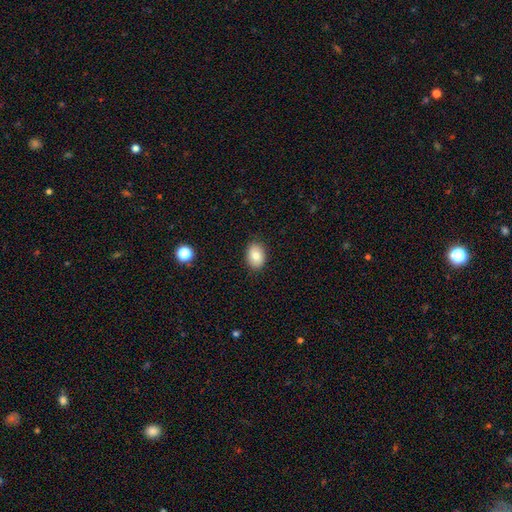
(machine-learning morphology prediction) This appears to be a smooth galaxy with no disk features (82%) that is in between round and cigar-shaped (82%). Merging: none (88%).